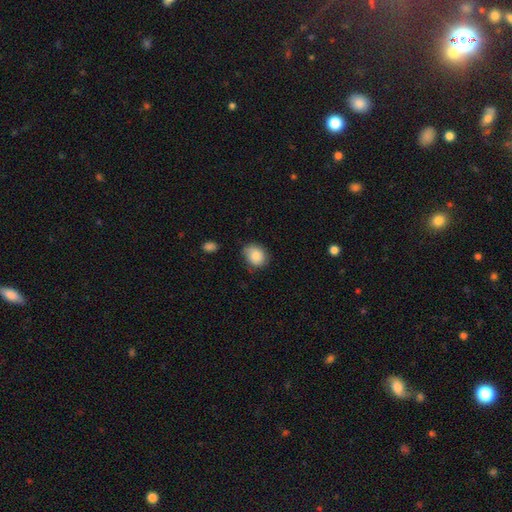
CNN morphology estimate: This is clearly a smooth galaxy (85%). How rounded: possibly in between (50%). Merging: likely none (70%).